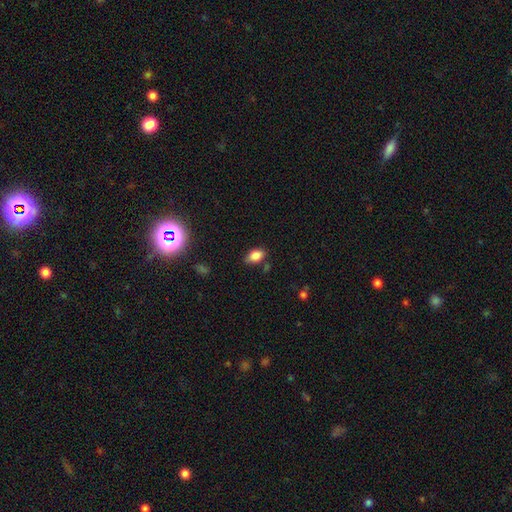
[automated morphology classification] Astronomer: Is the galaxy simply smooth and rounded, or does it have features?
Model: smooth — 82%.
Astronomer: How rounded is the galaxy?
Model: in between — 87%.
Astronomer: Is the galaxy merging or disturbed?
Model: none — 72%.